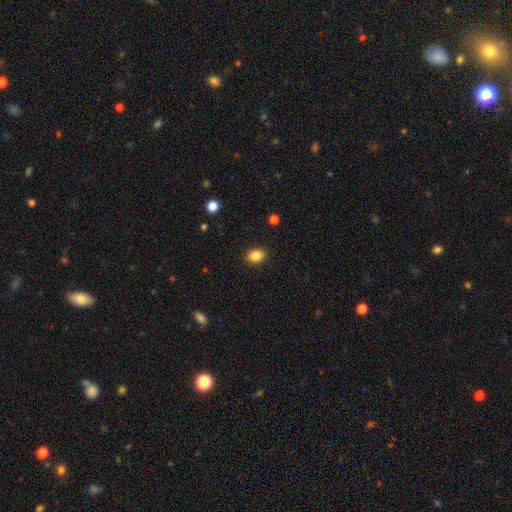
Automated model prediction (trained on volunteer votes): Q: Smooth or featured?
A: smooth (87%); runner-up: star or artifact (9%)
Q: How rounded?
A: in between (71%); runner-up: round (27%)
Q: Merging?
A: none (89%); runner-up: minor disturbance (8%)